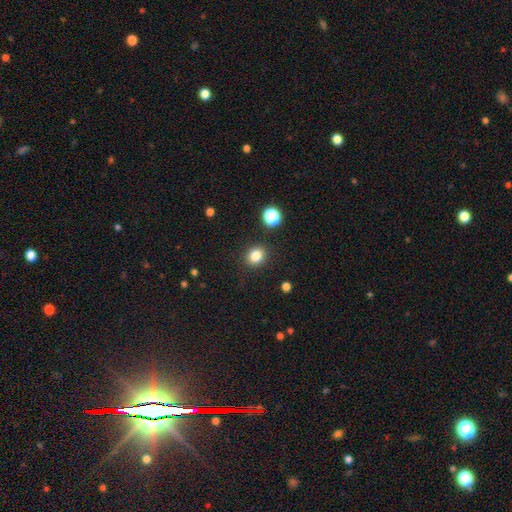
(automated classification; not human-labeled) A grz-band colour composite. It shows a smooth galaxy with no disk features (83%) that is round (69%). Merging: none (88%).